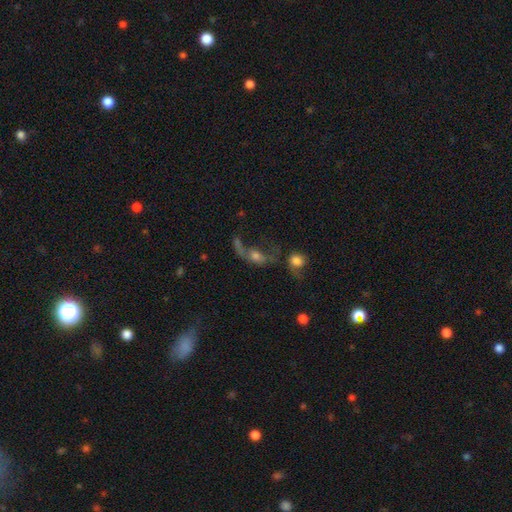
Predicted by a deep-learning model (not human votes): The model was most divided on "merging": merger: 36%, major disturbance: 35%, none: 19%, minor disturbance: 10%. Remaining: smooth or featured — smooth (45%).